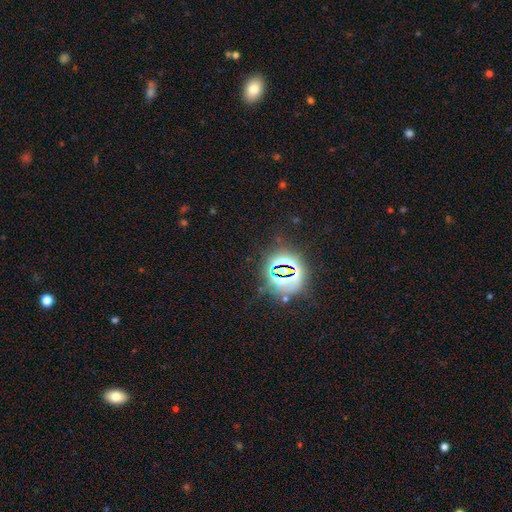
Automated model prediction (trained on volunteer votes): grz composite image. It shows a star or artifact, not a galaxy (81%).